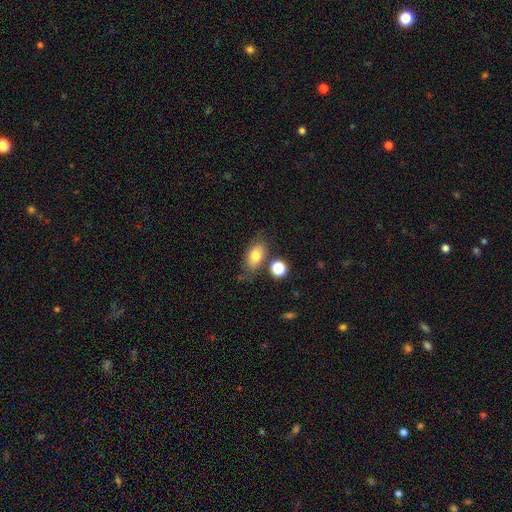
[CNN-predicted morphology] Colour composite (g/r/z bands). It shows a smooth galaxy with no disk features (72%) that is in between round and cigar-shaped (84%). Merging: none (65%).